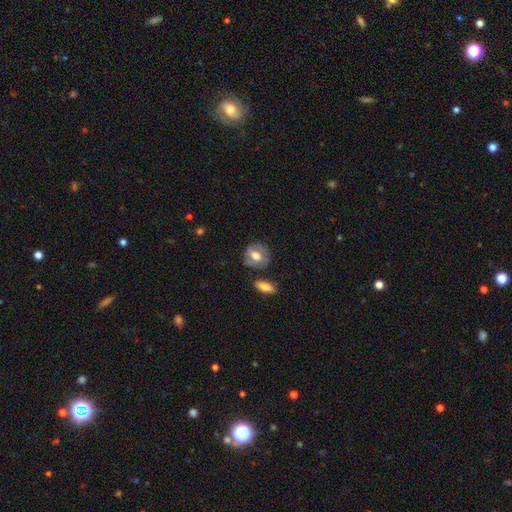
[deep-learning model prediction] Smooth or featured?
  - smooth: 63% *
  - featured or disk: 30%
  - star or artifact: 7%
How rounded?
  - round: 64% *
  - in between: 34%
  - cigar-shaped: 2%
Merging?
  - none: 73% *
  - minor disturbance: 16%
  - merger: 6%
  - major disturbance: 4%